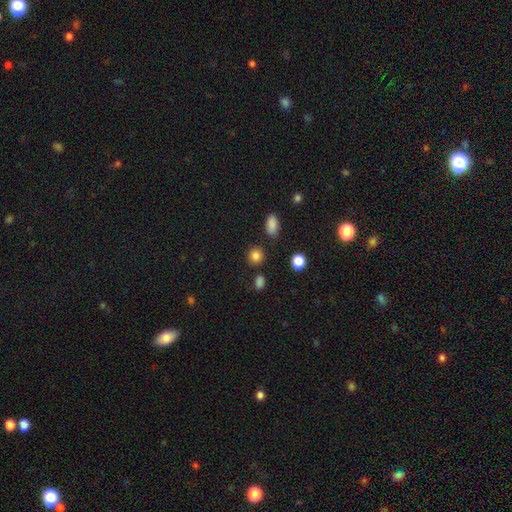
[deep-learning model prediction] smooth 84%, star or artifact 12%, featured or disk 4%. Down the decision tree: how rounded — round (84%); merging — none (84%).